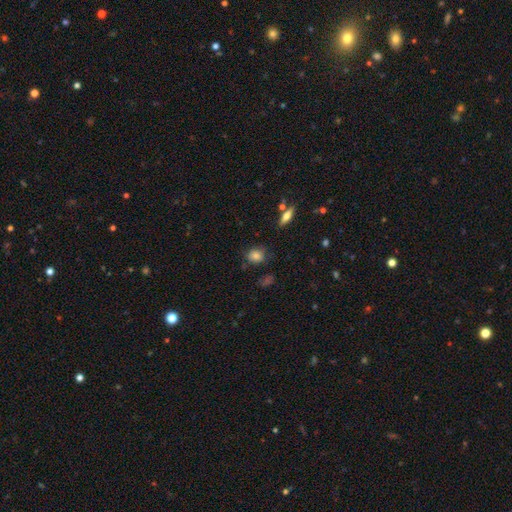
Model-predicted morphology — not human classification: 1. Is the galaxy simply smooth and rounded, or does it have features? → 81% smooth, 10% star or artifact, 9% featured or disk.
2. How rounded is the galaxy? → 65% round, 33% in between, 2% cigar-shaped.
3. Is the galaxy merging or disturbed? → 76% none, 17% minor disturbance, 4% major disturbance, 3% merger.